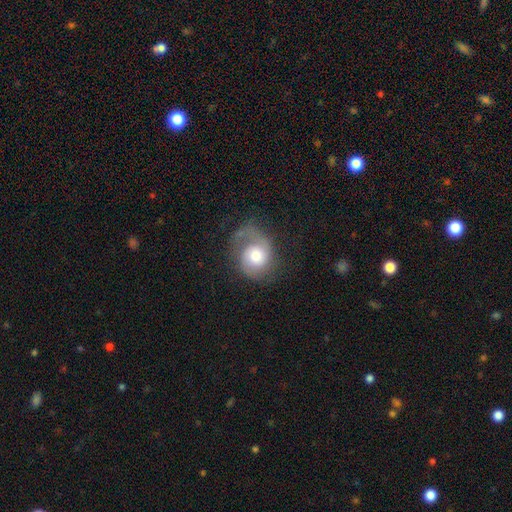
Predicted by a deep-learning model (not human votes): A featured or disk galaxy (60%) with no bar (73%), 2 (54%) medium (43%) spiral arms (88%) and a moderate central bulge (55%). Merging: none (47%).